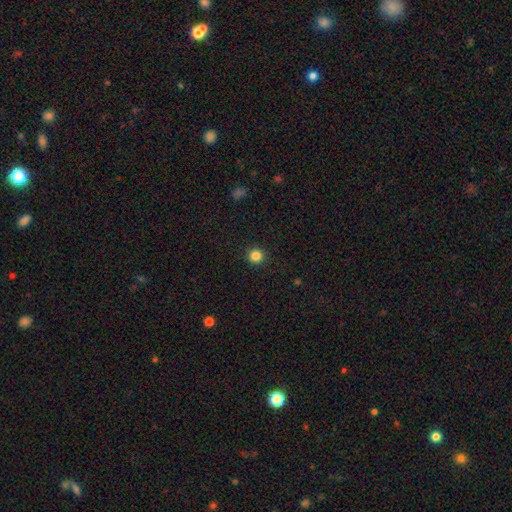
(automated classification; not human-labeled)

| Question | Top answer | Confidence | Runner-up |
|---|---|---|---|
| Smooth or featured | smooth | 84% | star or artifact (12%) |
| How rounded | round | 95% | in between (4%) |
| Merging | none | 93% | minor disturbance (4%) |